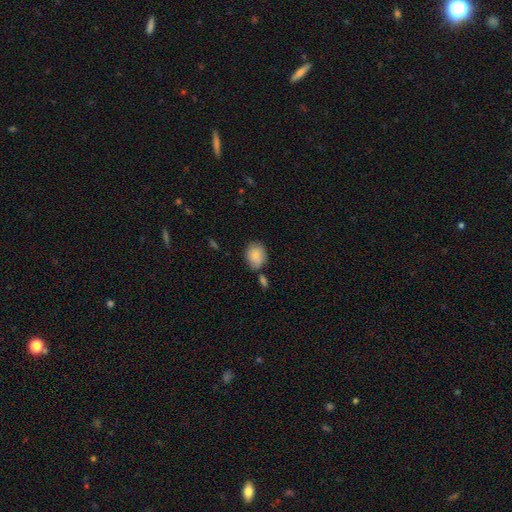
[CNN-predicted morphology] smooth-or-featured: smooth: 84% | featured or disk: 9% | star or artifact: 7%
  how-rounded: in between: 53% | round: 45% | cigar-shaped: 1%
  merging: none: 63% | minor disturbance: 19% | merger: 13% | major disturbance: 5%